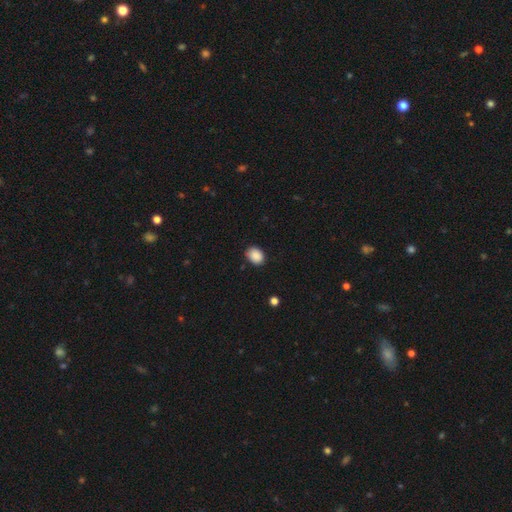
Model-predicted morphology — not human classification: smooth 89%, star or artifact 8%, featured or disk 3%. Down the decision tree: how rounded — in between (64%); merging — none (85%).